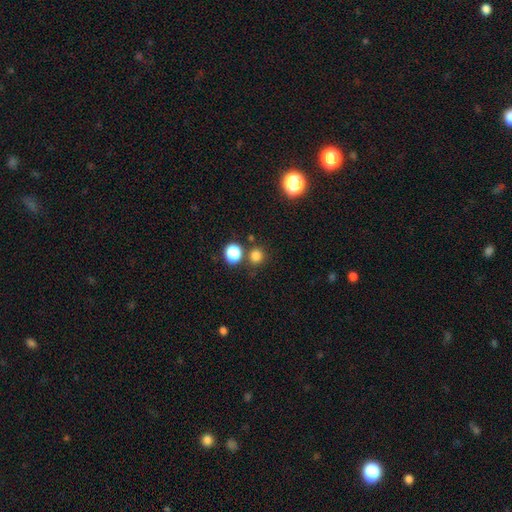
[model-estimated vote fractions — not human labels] Overall: smooth (78%). How rounded: round (88%). Merging: none (76%).